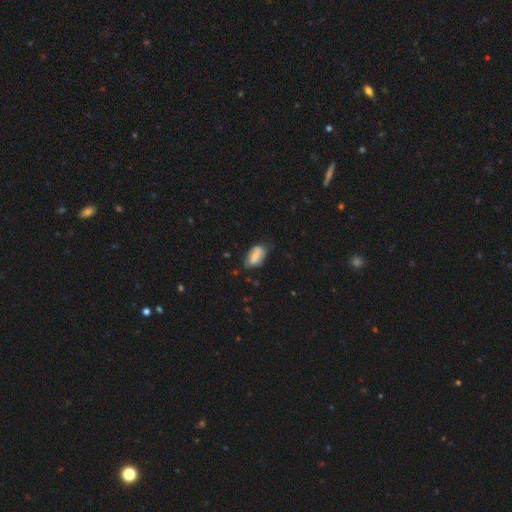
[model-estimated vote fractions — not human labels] smooth-or-featured: smooth: 63% | featured or disk: 29% | star or artifact: 8%
  how-rounded: in between: 90% | round: 5% | cigar-shaped: 4%
  merging: none: 59% | minor disturbance: 30% | major disturbance: 8% | merger: 3%